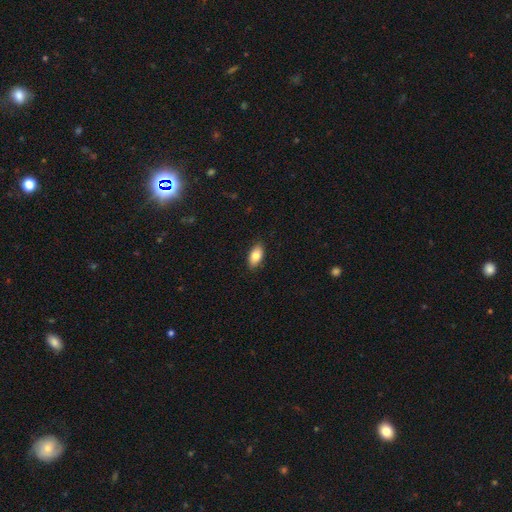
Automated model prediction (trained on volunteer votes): This is clearly a smooth galaxy (82%). How rounded: clearly in between (92%). Merging: clearly none (87%).